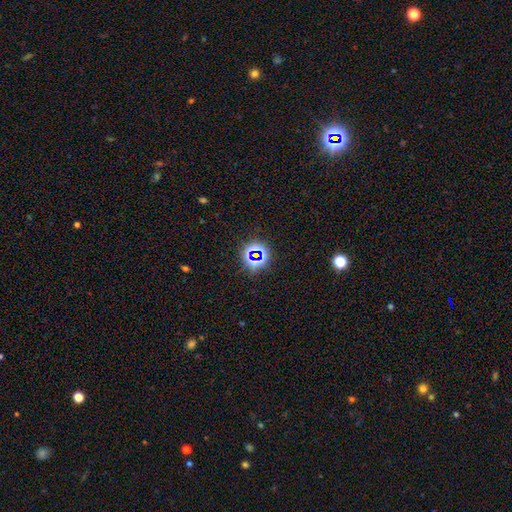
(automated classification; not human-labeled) Overall: star or artifact (70%).